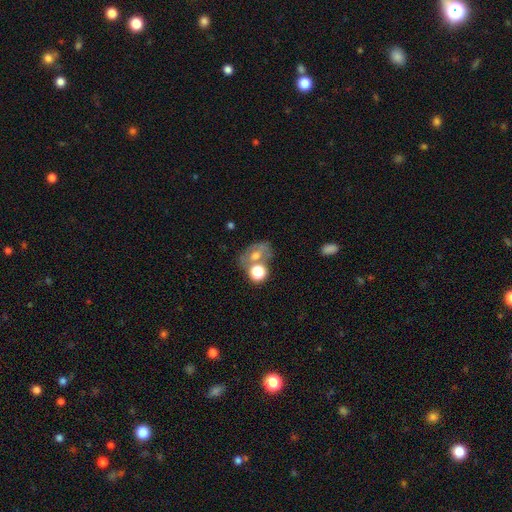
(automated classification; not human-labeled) Smooth or featured: smooth — 52% (featured or disk — 33%)
How rounded: in between — 55% (round — 44%)
Merging: none — 38% (merger — 36%)